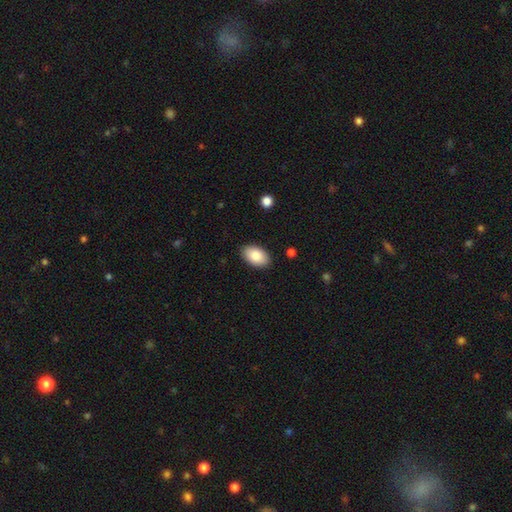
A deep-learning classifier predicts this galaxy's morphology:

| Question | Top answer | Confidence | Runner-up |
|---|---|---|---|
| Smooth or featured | smooth | 87% | star or artifact (6%) |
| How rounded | in between | 93% | round (5%) |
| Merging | none | 88% | minor disturbance (9%) |